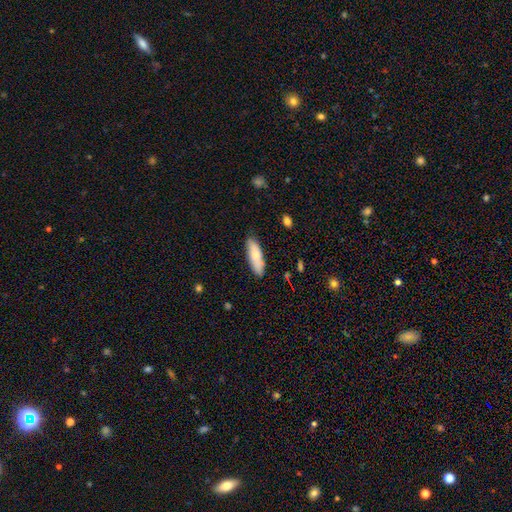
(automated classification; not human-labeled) smooth-or-featured: smooth: 75% | featured or disk: 19% | star or artifact: 6%
  how-rounded: in between: 54% | cigar-shaped: 44% | round: 2%
  merging: none: 84% | minor disturbance: 12% | major disturbance: 2% | merger: 2%